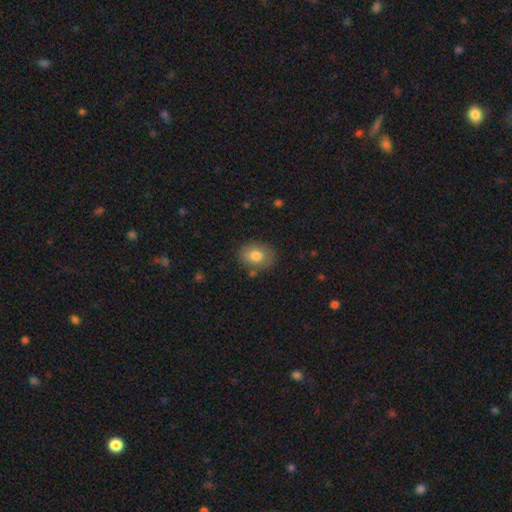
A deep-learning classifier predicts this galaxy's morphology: Smooth or featured? smooth (79%)
How rounded? in between (54%)
Merging? none (79%)